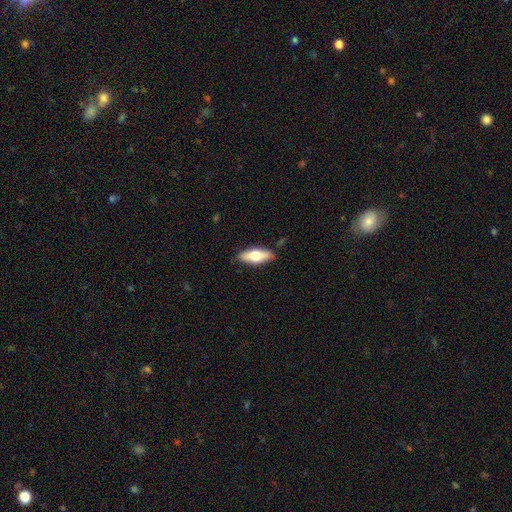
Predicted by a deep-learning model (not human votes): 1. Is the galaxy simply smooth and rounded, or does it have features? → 58% smooth, 36% featured or disk, 6% star or artifact.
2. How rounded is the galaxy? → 66% in between, 31% cigar-shaped, 3% round.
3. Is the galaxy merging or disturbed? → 86% none, 11% minor disturbance, 2% major disturbance, 1% merger.